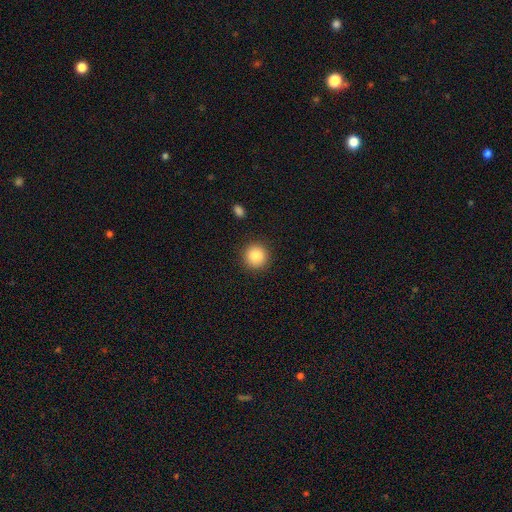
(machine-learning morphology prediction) A smooth galaxy with no disk features (87%) that is round (93%). Merging: none (90%).